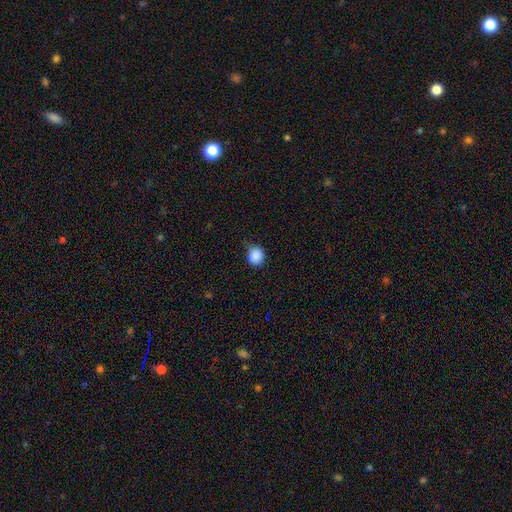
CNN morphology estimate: Smooth or featured?
  - smooth: 88% *
  - star or artifact: 9%
  - featured or disk: 3%
How rounded?
  - round: 84% *
  - in between: 15%
  - cigar-shaped: 1%
Merging?
  - none: 70% *
  - minor disturbance: 24%
  - major disturbance: 4%
  - merger: 1%